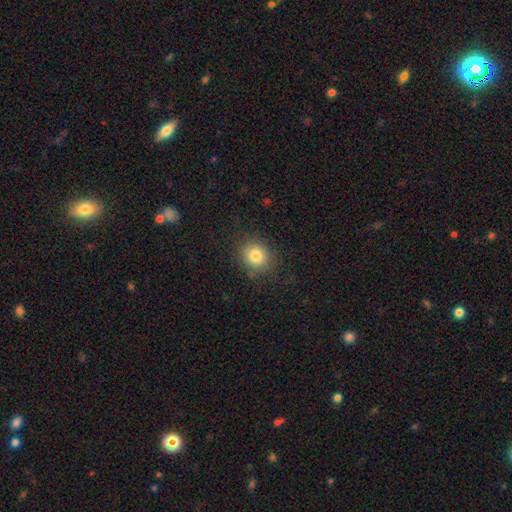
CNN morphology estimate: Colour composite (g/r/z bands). It shows a smooth galaxy with no disk features (82%) that is round (80%). Merging: none (85%).